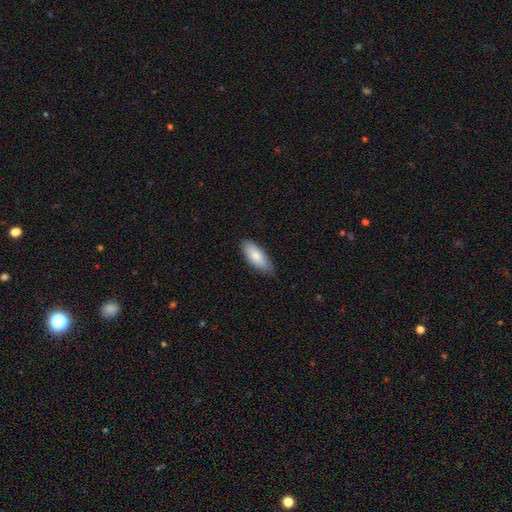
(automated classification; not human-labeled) A smooth galaxy with no disk features (83%) that is in between round and cigar-shaped (79%).

Vote fractions:
- Smooth or featured? smooth: 83% / featured or disk: 12% / star or artifact: 6%
- How rounded? in between: 79% / cigar-shaped: 19% / round: 2%
- Merging? none: 81% / minor disturbance: 16% / major disturbance: 2% / merger: 1%